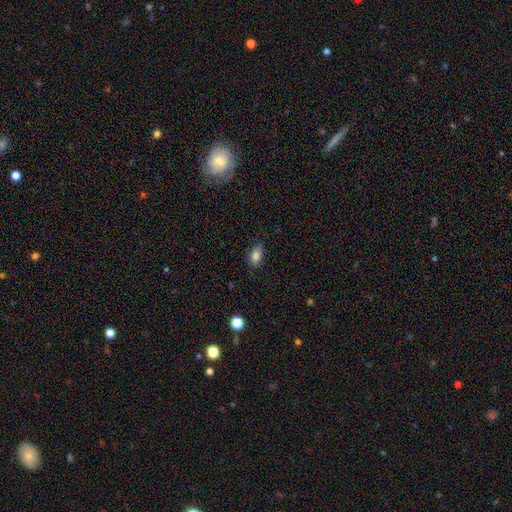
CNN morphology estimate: smooth 83%, star or artifact 10%, featured or disk 7%. Down the decision tree: how rounded — in between (85%); merging — none (71%).